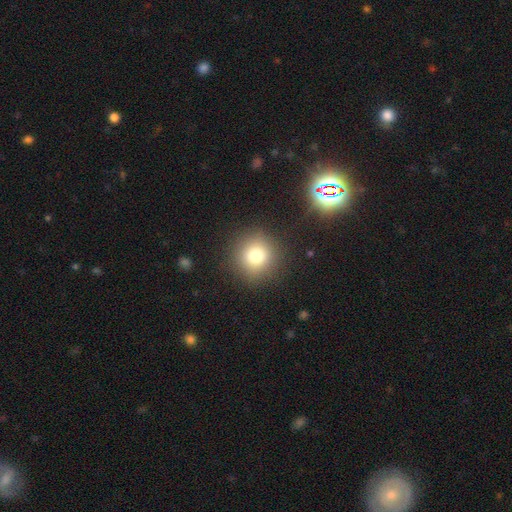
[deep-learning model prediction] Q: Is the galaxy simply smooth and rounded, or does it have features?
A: smooth — 77%.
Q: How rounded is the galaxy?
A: round — 93%.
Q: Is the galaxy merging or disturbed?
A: none — 89%.